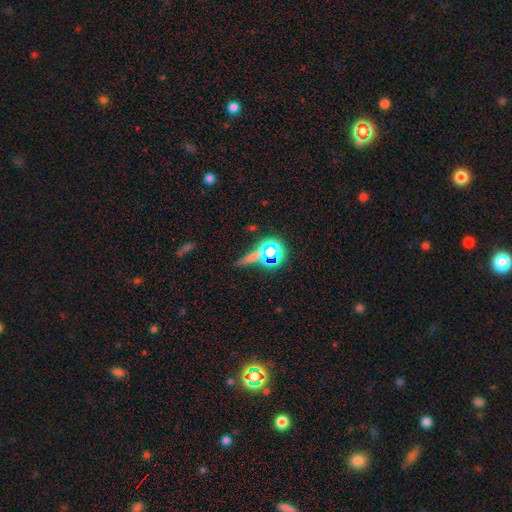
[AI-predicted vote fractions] smooth-or-featured: star or artifact: 54% | smooth: 32% | featured or disk: 14%